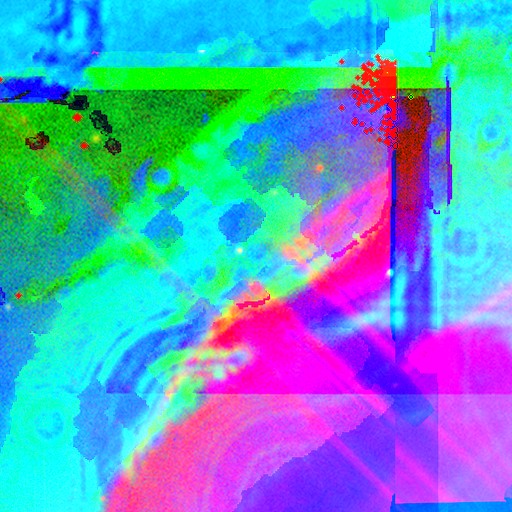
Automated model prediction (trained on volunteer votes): This is clearly a star or artifact rather than a galaxy (85%).